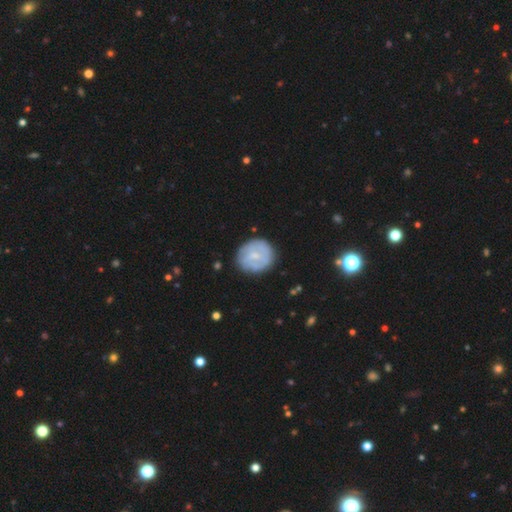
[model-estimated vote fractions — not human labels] Q: Smooth or featured?
A: smooth (50%); runner-up: featured or disk (43%)
Q: How rounded?
A: round (85%); runner-up: in between (14%)
Q: Merging?
A: none (78%); runner-up: minor disturbance (15%)